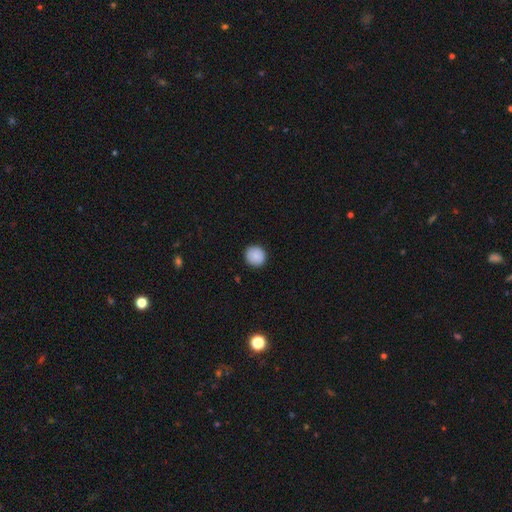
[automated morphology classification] smooth-or-featured: smooth: 88% | star or artifact: 8% | featured or disk: 5%
  how-rounded: round: 91% | in between: 8% | cigar-shaped: 1%
  merging: none: 91% | minor disturbance: 6% | major disturbance: 2% | merger: 1%